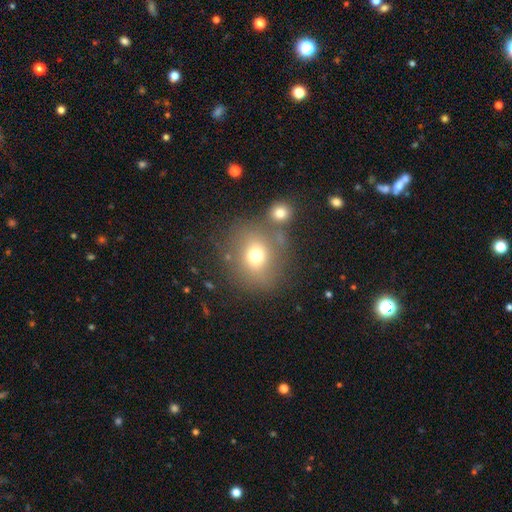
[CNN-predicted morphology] This is likely a smooth galaxy (69%). How rounded: likely round (75%). Merging: likely none (62%).